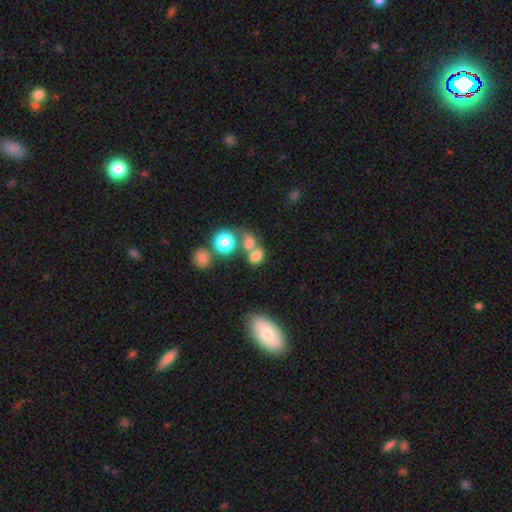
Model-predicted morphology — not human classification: smooth 74%, star or artifact 15%, featured or disk 12%. Down the decision tree: how rounded — in between (51%); merging — merger (48%).